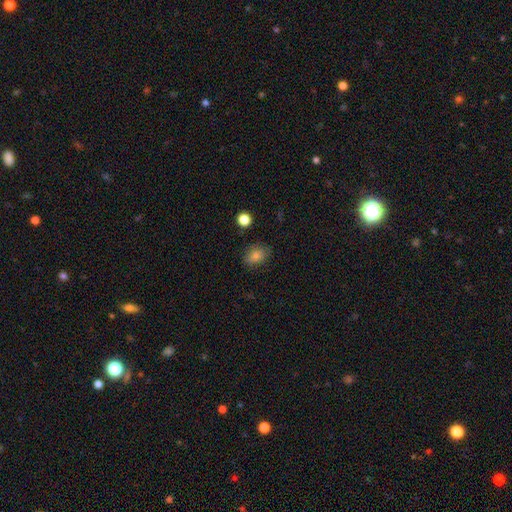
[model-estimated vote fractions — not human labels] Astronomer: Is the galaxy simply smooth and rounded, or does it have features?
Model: smooth — 79%.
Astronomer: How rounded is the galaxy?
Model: in between — 64%.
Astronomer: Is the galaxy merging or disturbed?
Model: none — 78%.